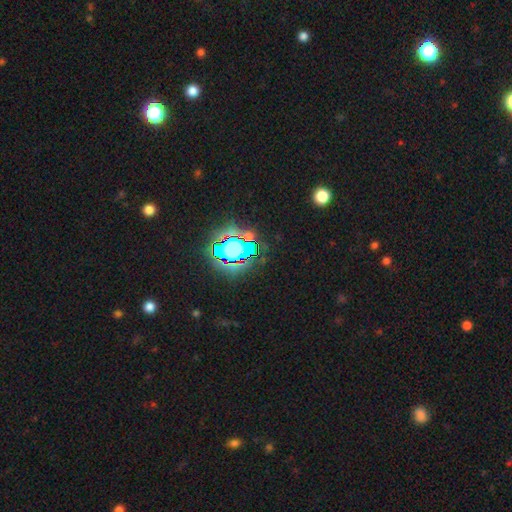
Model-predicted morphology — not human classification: This is clearly a star or artifact rather than a galaxy (81%).